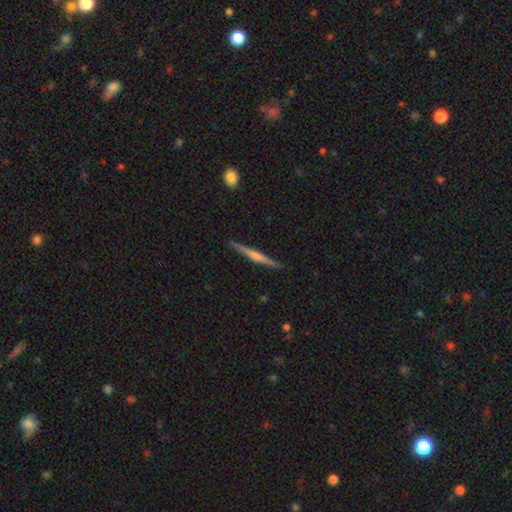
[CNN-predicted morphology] A featured or disk galaxy (75%) viewed edge-on (98%) with a rounded central bulge (76%). Merging: none (92%).